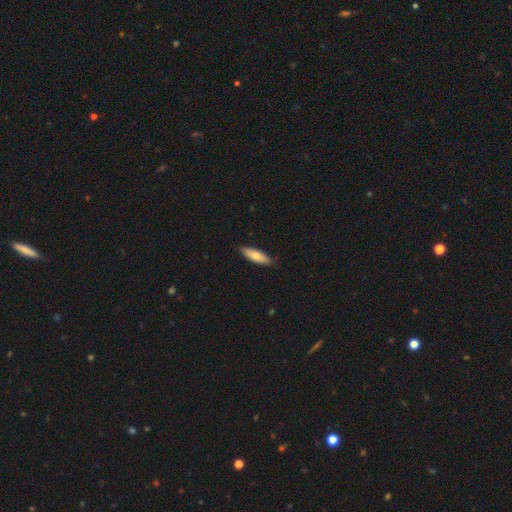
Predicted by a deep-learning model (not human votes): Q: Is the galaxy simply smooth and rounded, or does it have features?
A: smooth — 73%.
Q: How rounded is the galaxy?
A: in between — 54%.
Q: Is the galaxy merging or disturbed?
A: none — 85%.